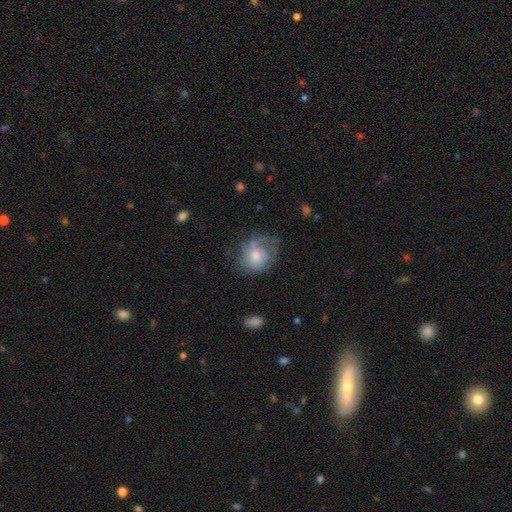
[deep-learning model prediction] Smooth or featured? Predicted: smooth (p=0.50). How rounded? Predicted: round (p=0.63). Merging? Predicted: none (p=0.48).